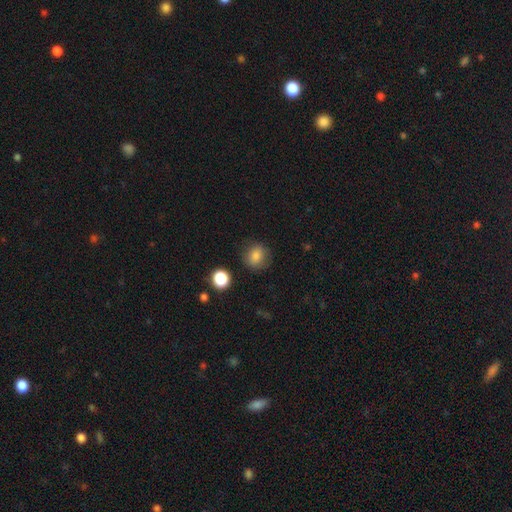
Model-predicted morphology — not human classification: The model was most divided on "how rounded": round: 73%, in between: 25%, cigar-shaped: 1%. More confident: smooth or featured — smooth (81%); merging — none (81%).